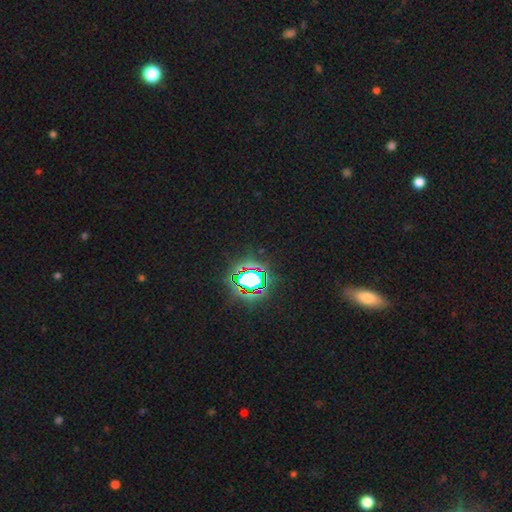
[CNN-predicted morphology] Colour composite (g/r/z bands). It shows a star or artifact, not a galaxy (74%).